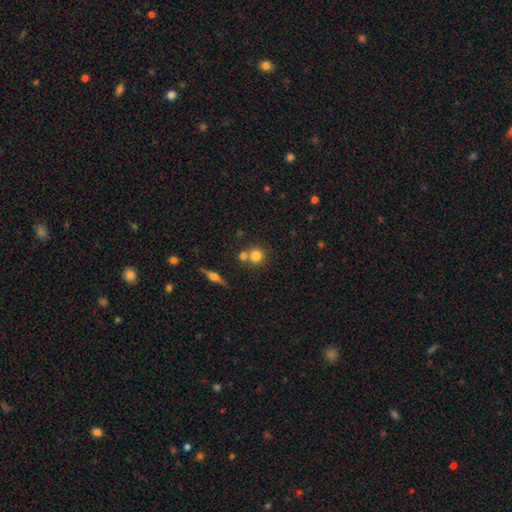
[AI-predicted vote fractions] Overall: smooth (76%). How rounded: round (89%). Merging: none (57%; merger 32%).